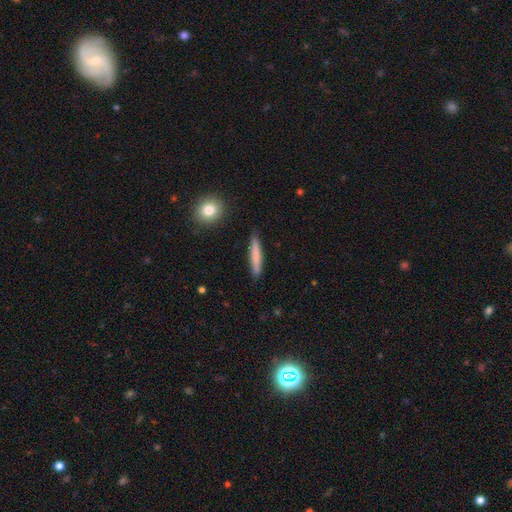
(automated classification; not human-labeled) Smooth or featured: smooth — 73% (featured or disk — 22%)
How rounded: cigar-shaped — 93% (in between — 5%)
Merging: none — 88% (minor disturbance — 9%)